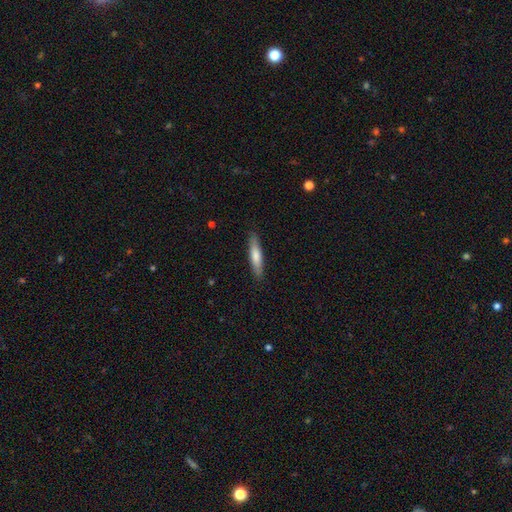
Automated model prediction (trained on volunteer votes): This appears to be a smooth galaxy with no disk features (67%) that is cigar-shaped (85%). Merging: none (88%).